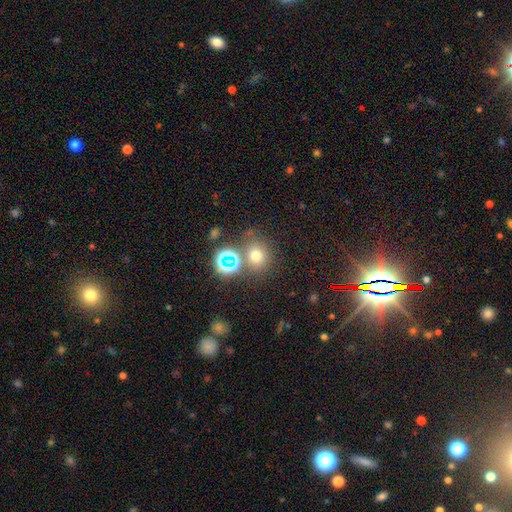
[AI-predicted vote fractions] Smooth or featured? smooth (65%)
How rounded? round (79%)
Merging? none (70%)